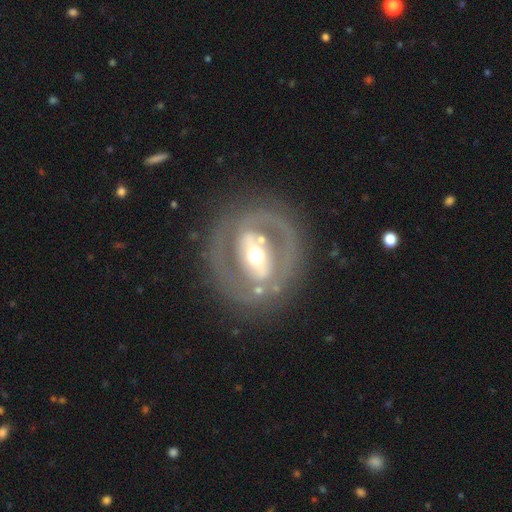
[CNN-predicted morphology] The model was most divided on "bar": strong: 52%, weak: 25%, no: 23%. More confident: edge-on disk — no (93%); smooth or featured — featured or disk (75%); merging — none (73%); bulge size — moderate (66%); spiral arms — no (66%).